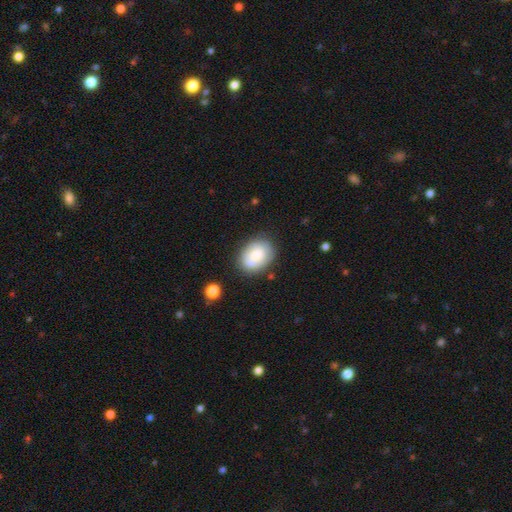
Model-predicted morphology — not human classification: smooth 66%, featured or disk 26%, star or artifact 7%. Down the decision tree: how rounded — in between (63%); merging — none (67%).